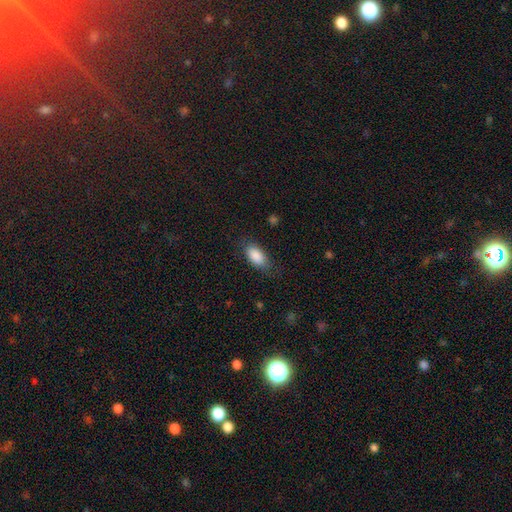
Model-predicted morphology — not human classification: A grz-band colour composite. It shows a smooth galaxy with no disk features (88%) that is in between round and cigar-shaped (90%). Merging: none (77%).